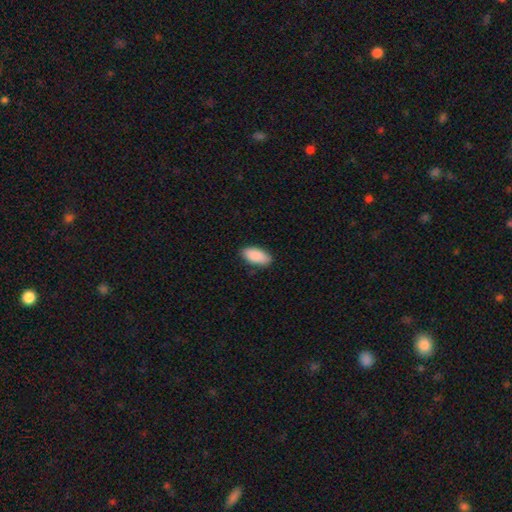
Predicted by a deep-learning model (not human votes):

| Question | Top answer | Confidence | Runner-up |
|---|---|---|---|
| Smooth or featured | smooth | 90% | star or artifact (6%) |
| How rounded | in between | 92% | cigar-shaped (6%) |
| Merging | none | 86% | minor disturbance (11%) |